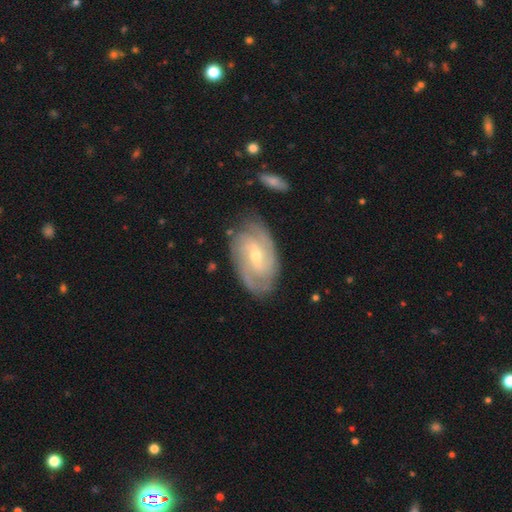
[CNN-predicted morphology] This appears to be a featured or disk galaxy (86%) with a weak bar (52%), 2 (42%) tight (53%) spiral arms (96%) and a small central bulge (58%). Merging: none (80%).